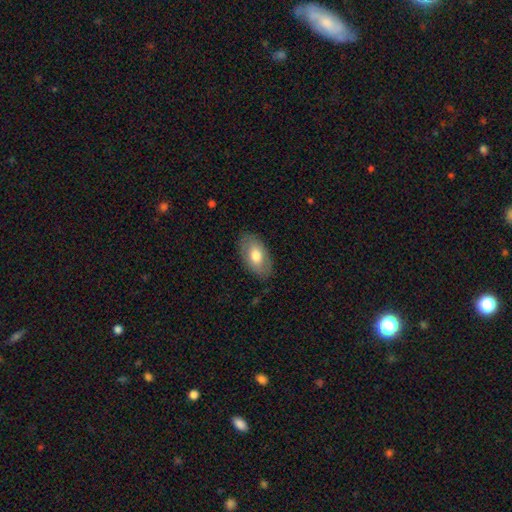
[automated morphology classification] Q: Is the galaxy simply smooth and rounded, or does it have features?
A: smooth — 71%.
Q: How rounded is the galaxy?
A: in between — 94%.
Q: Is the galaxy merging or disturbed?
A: none — 83%.